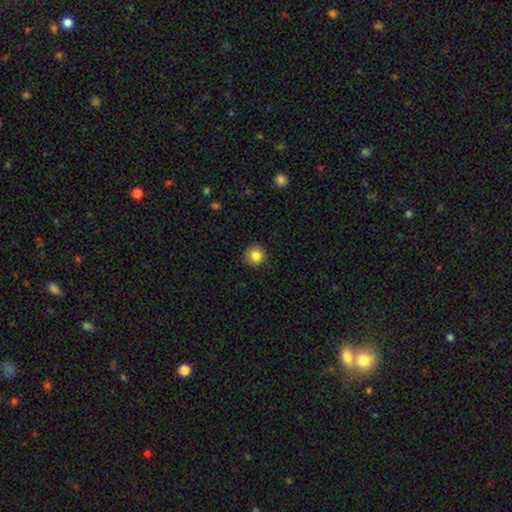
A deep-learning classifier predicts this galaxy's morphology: A smooth galaxy with no disk features (85%) that is round (95%). Merging: none (91%).